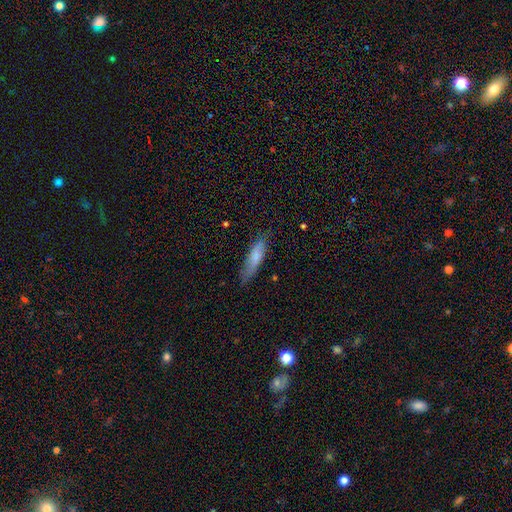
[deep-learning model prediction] smooth-or-featured: smooth: 73% | featured or disk: 21% | star or artifact: 6%
  how-rounded: cigar-shaped: 68% | in between: 30% | round: 2%
  merging: none: 69% | minor disturbance: 24% | major disturbance: 5% | merger: 2%